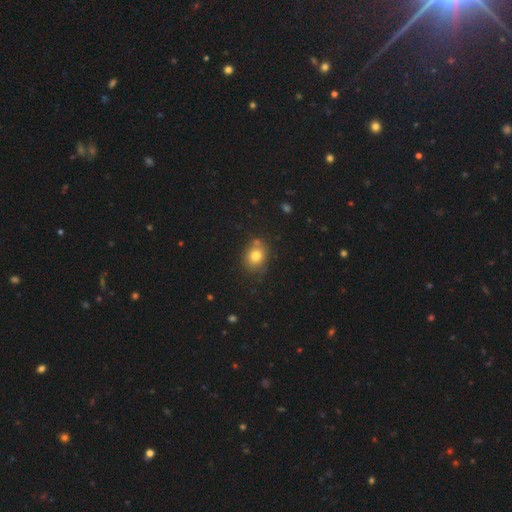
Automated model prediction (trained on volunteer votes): Overall: smooth (79%). How rounded: round (63%; in between 36%). Merging: none (72%).